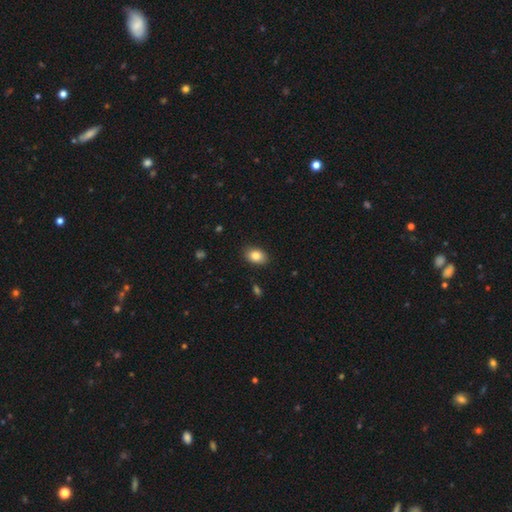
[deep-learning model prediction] Smooth or featured? smooth (84%)
How rounded? in between (83%)
Merging? none (87%)